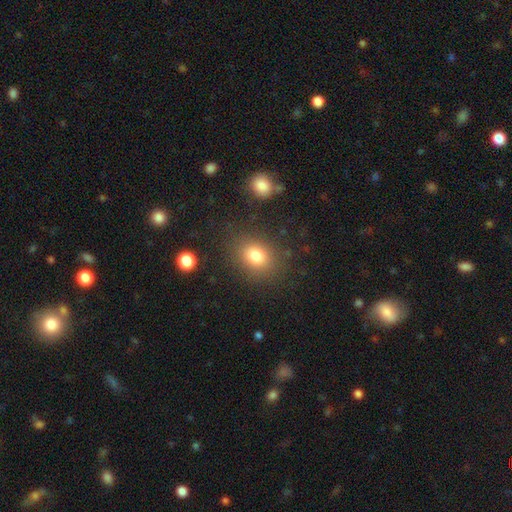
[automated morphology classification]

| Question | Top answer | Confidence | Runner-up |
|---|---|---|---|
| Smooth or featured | smooth | 80% | star or artifact (12%) |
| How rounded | in between | 50% | round (49%) |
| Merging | none | 82% | minor disturbance (11%) |